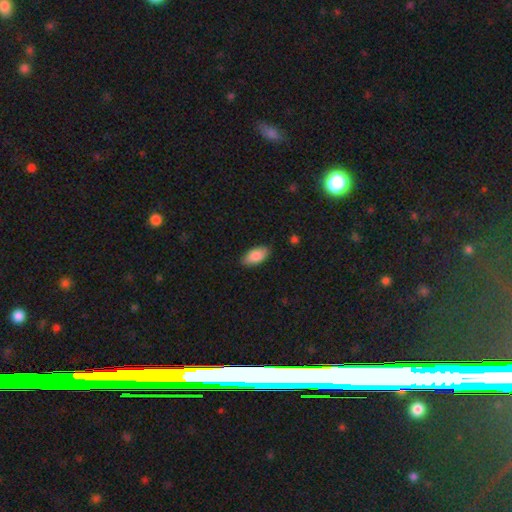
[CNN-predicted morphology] Smooth or featured? smooth (87%)
How rounded? in between (93%)
Merging? none (84%)